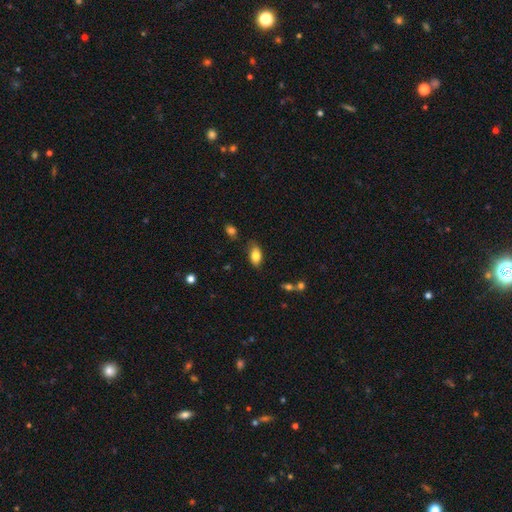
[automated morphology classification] smooth 81%, featured or disk 11%, star or artifact 8%. Down the decision tree: how rounded — in between (91%); merging — none (77%).